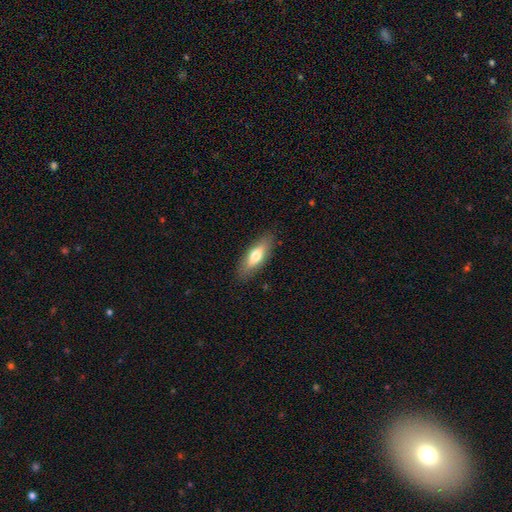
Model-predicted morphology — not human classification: type=smooth (67%); roundness=in between (60%); merging=none (86%).